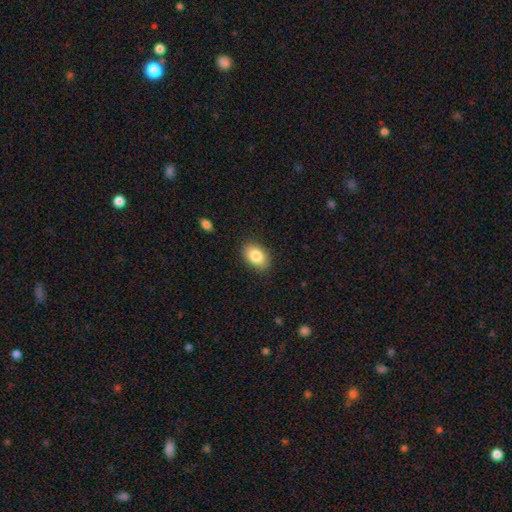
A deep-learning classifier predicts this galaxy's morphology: Overall: smooth (85%). How rounded: in between (86%). Merging: none (86%).